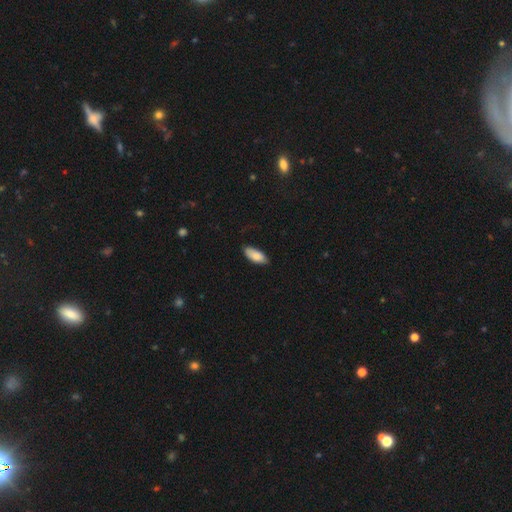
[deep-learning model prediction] Q: Smooth or featured?
A: smooth (83%); runner-up: featured or disk (11%)
Q: How rounded?
A: in between (86%); runner-up: cigar-shaped (12%)
Q: Merging?
A: none (78%); runner-up: minor disturbance (18%)